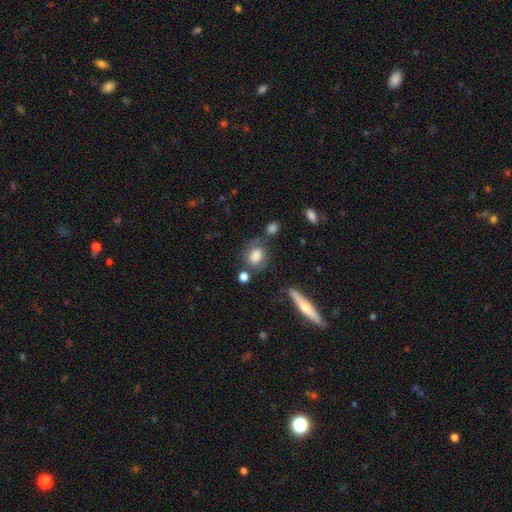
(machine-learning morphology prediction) Overall: smooth (61%; featured or disk 29%). How rounded: round (53%; in between 45%). Merging: none (54%; minor disturbance 22%).